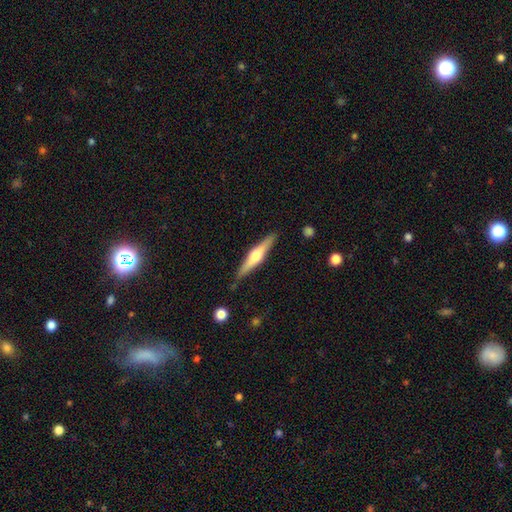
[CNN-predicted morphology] This is likely a featured or disk galaxy (66%). It is clearly viewed edge-on (97%). Edge-on bulge: clearly rounded (90%). Merging: clearly none (87%).